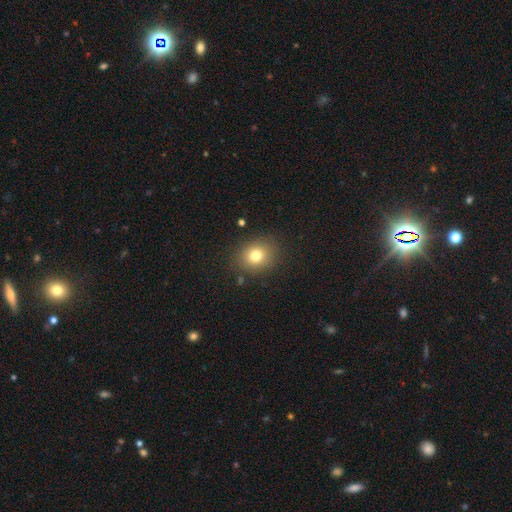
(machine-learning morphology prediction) The model was most divided on "how rounded": round: 67%, in between: 32%, cigar-shaped: 1%. More confident: merging — none (86%); smooth or featured — smooth (78%).